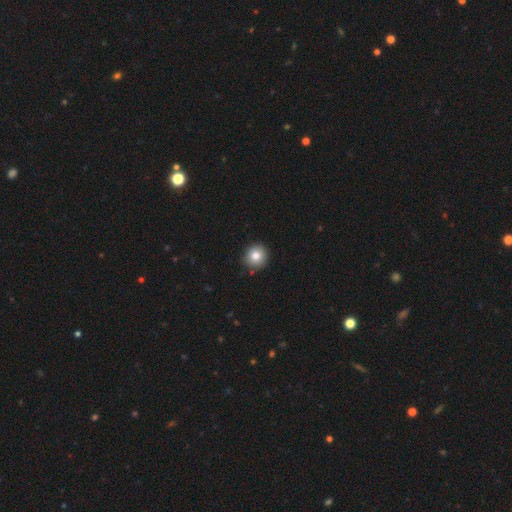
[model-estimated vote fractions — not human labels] The model was most divided on "smooth or featured": smooth: 82%, star or artifact: 10%, featured or disk: 8%. More confident: how rounded — round (92%); merging — none (88%).